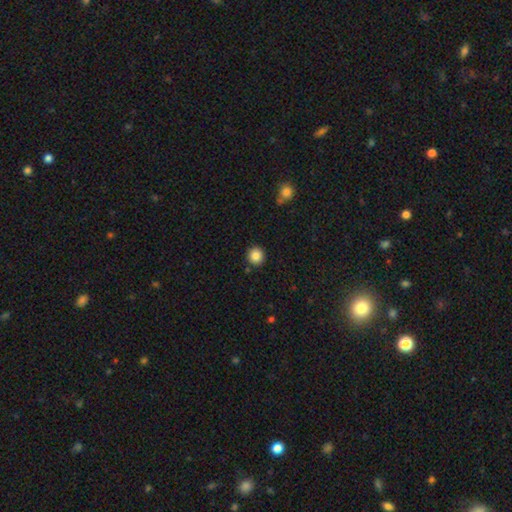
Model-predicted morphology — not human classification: Smooth or featured: smooth — 85% (star or artifact — 10%)
How rounded: round — 93% (in between — 6%)
Merging: none — 89% (minor disturbance — 7%)